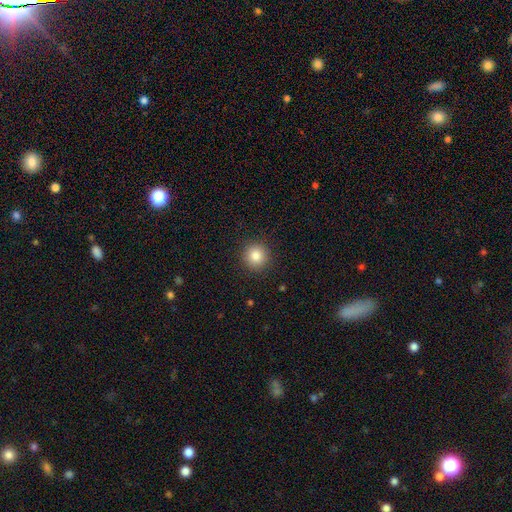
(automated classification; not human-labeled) Morphology: type=smooth (84%); roundness=round (93%); merging=none (91%).